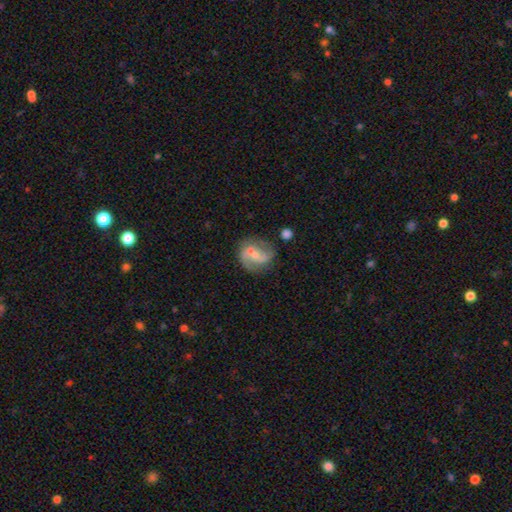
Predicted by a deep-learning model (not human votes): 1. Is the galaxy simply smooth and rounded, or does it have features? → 79% featured or disk, 14% smooth, 7% star or artifact.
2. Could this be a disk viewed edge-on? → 97% no, 3% yes.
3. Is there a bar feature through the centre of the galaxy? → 42% weak, 32% strong, 26% no.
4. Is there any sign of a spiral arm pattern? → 92% yes, 8% no.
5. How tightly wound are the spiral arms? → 43% medium, 41% loose, 16% tight.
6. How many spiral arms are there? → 87% 2, 5% can't tell, 3% 1, 2% 3, 1% 4, 1% more than 4.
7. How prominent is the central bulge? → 60% small, 33% moderate, 4% none, 1% large, 1% dominant.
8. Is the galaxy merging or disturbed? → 71% none, 16% minor disturbance, 7% major disturbance, 6% merger.